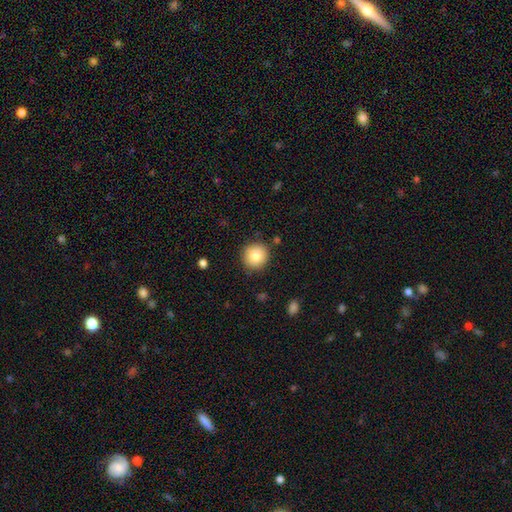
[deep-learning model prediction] Morphology: type=smooth (82%); roundness=round (93%); merging=none (89%).